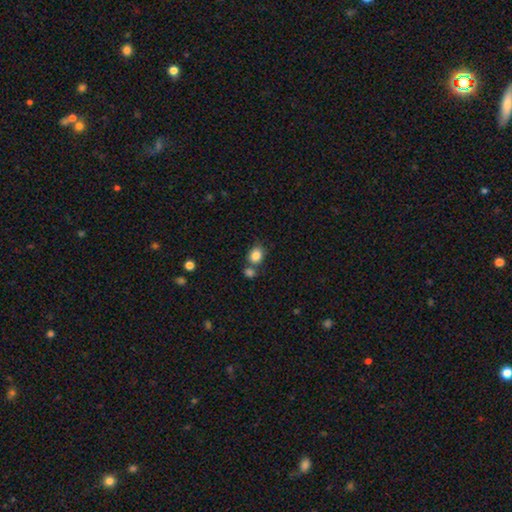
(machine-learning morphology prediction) smooth-or-featured: smooth: 85% | star or artifact: 9% | featured or disk: 5%
  how-rounded: round: 56% | in between: 43% | cigar-shaped: 1%
  merging: none: 58% | merger: 27% | minor disturbance: 11% | major disturbance: 4%